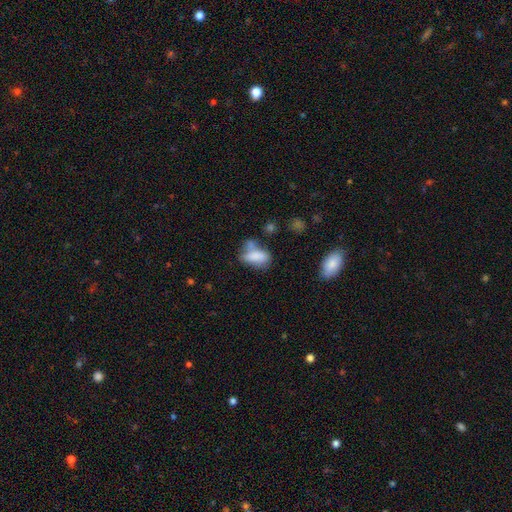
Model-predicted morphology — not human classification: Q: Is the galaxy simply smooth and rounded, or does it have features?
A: smooth — 74%.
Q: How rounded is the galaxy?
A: in between — 87%.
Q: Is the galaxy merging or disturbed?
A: none — 32%.